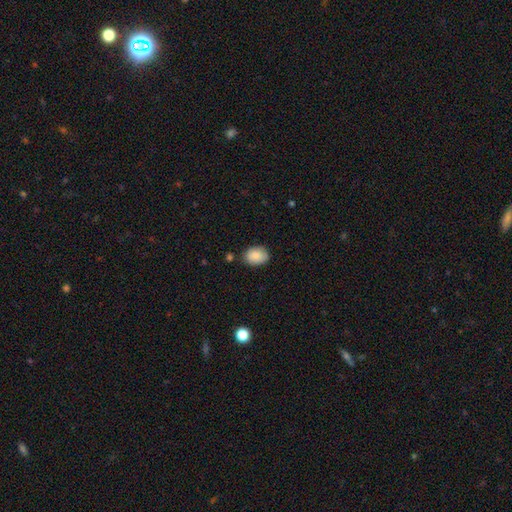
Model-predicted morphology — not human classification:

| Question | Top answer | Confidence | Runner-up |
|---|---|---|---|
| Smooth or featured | smooth | 87% | star or artifact (7%) |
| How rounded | in between | 75% | round (25%) |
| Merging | none | 81% | minor disturbance (14%) |